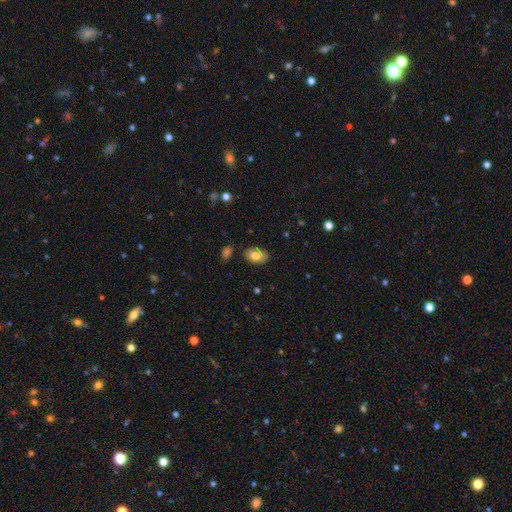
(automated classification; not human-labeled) Smooth or featured: smooth — 79% (featured or disk — 14%)
How rounded: in between — 87% (round — 12%)
Merging: none — 82% (minor disturbance — 13%)